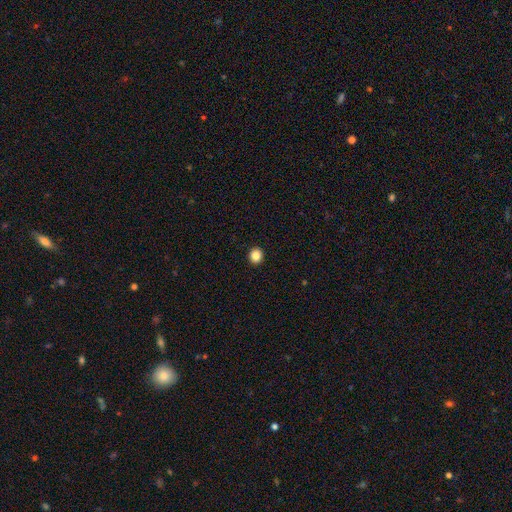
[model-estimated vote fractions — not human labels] Smooth or featured? Predicted: smooth (p=0.86). How rounded? Predicted: round (p=0.86). Merging? Predicted: none (p=0.93).